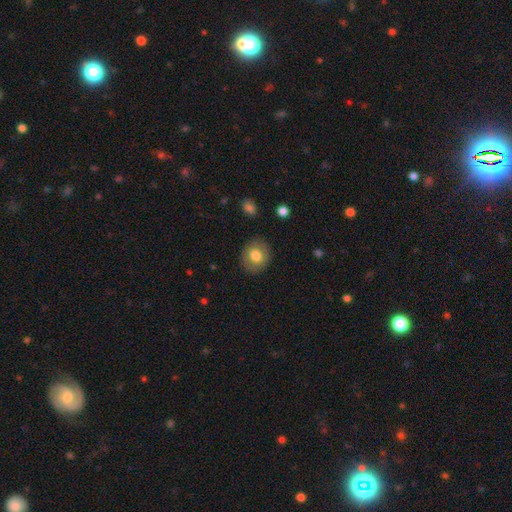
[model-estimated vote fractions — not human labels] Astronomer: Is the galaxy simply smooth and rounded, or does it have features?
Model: smooth — 75%.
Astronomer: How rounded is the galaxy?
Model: round — 67%.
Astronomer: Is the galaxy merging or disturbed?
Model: none — 86%.